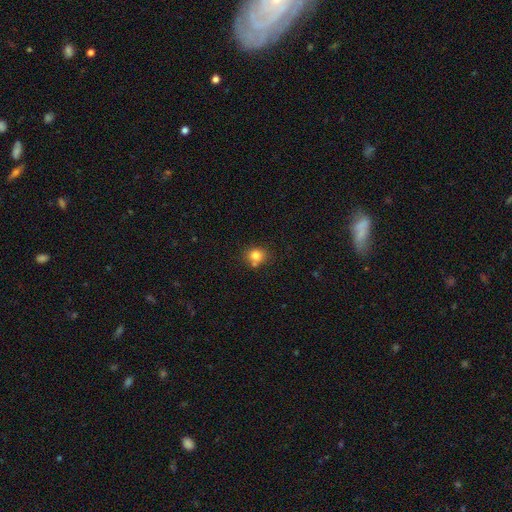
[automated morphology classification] A smooth galaxy with no disk features (80%) that is round (78%). Merging: none (65%).